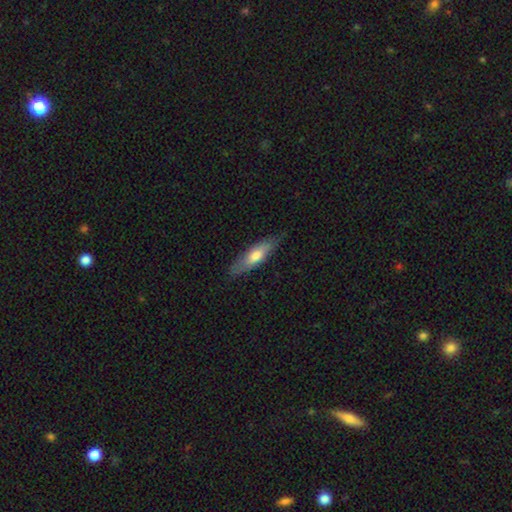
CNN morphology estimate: Smooth or featured?
  - smooth: 61% *
  - featured or disk: 33%
  - star or artifact: 6%
How rounded?
  - cigar-shaped: 58% *
  - in between: 40%
  - round: 2%
Merging?
  - none: 79% *
  - minor disturbance: 17%
  - major disturbance: 3%
  - merger: 1%